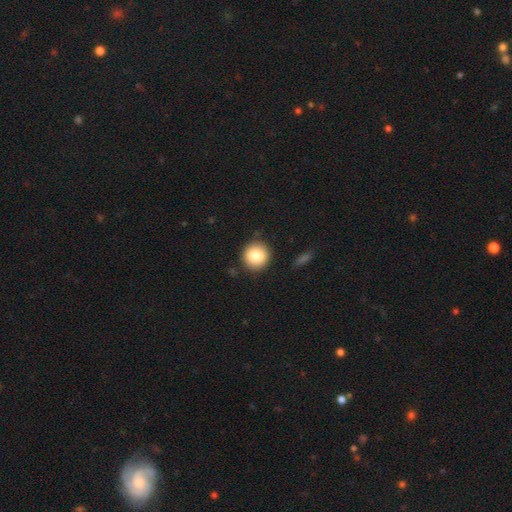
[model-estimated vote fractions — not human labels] The model was most divided on "smooth or featured": smooth: 82%, star or artifact: 9%, featured or disk: 9%. More confident: how rounded — round (93%); merging — none (88%).